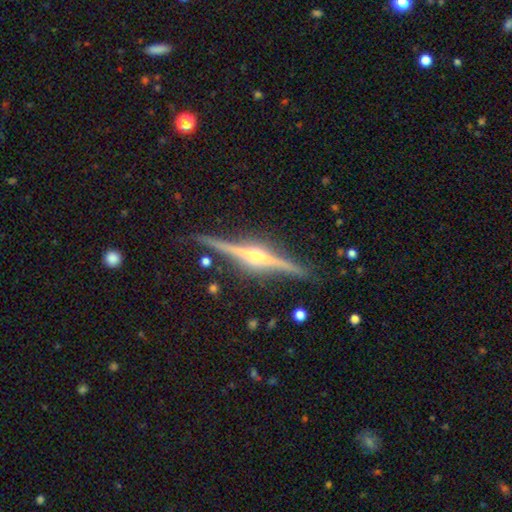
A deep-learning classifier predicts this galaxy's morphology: A featured or disk galaxy (88%) viewed edge-on (98%) with a rounded central bulge (83%). Merging: none (86%).